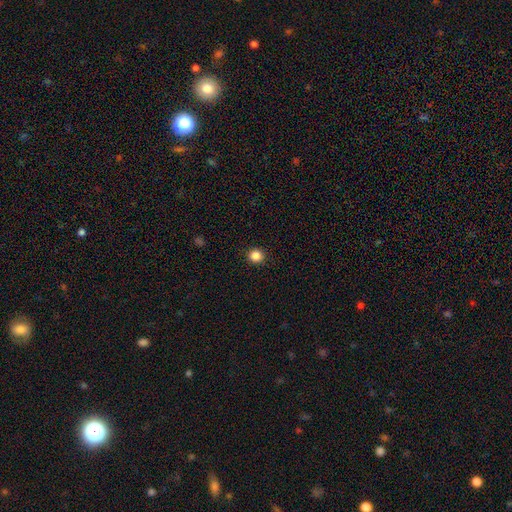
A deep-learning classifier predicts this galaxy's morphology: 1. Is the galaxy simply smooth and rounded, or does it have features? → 85% smooth, 11% star or artifact, 3% featured or disk.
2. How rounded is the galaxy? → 93% round, 6% in between, 1% cigar-shaped.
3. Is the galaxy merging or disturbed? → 93% none, 5% minor disturbance, 2% major disturbance, 1% merger.